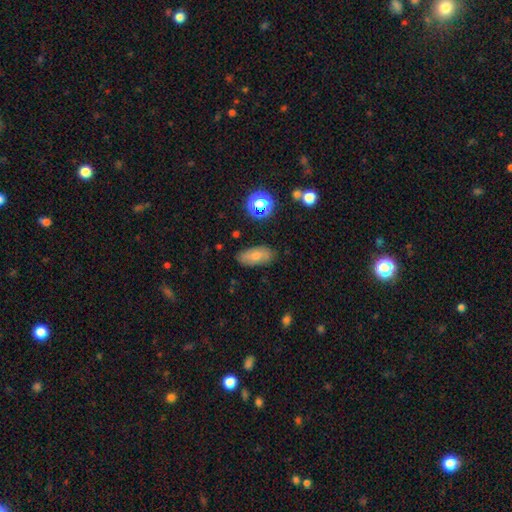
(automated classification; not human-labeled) smooth-or-featured: smooth: 75% | featured or disk: 15% | star or artifact: 10%
  how-rounded: in between: 86% | cigar-shaped: 9% | round: 5%
  merging: none: 82% | minor disturbance: 13% | major disturbance: 3% | merger: 2%